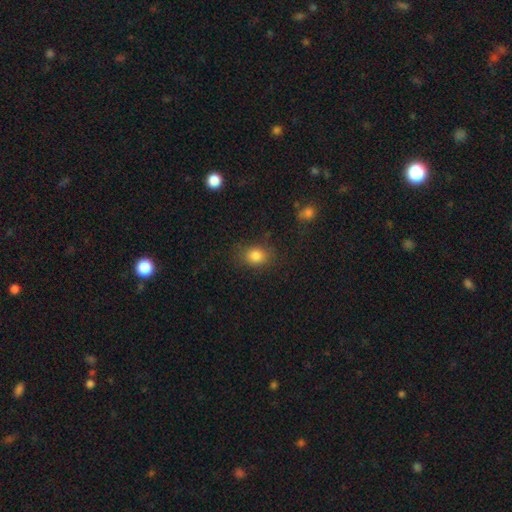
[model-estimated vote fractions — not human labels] The model was most divided on "how rounded": in between: 59%, round: 40%, cigar-shaped: 1%. More confident: smooth or featured — smooth (83%); merging — none (78%).